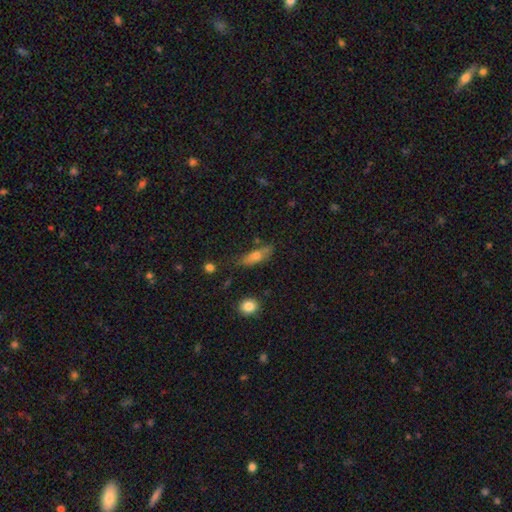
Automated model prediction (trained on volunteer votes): smooth 62%, featured or disk 28%, star or artifact 10%. Down the decision tree: how rounded — cigar-shaped (48%, tied with in between); merging — none (67%).